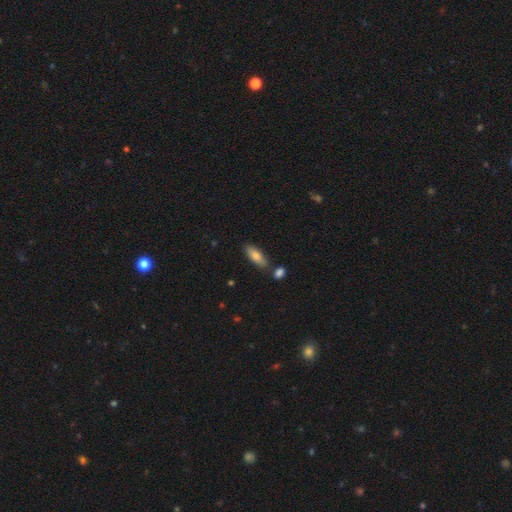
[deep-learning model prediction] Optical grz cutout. It shows a smooth galaxy with no disk features (78%) that is in between round and cigar-shaped (69%). Merging: none (76%).